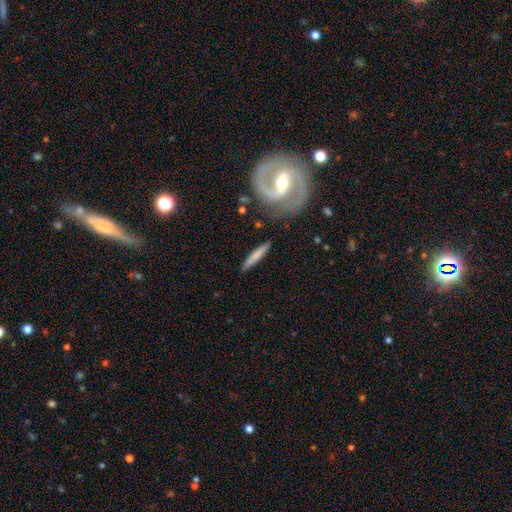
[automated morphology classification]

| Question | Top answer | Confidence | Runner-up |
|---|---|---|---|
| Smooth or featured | smooth | 66% | featured or disk (29%) |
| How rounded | cigar-shaped | 91% | in between (7%) |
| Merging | none | 84% | minor disturbance (10%) |